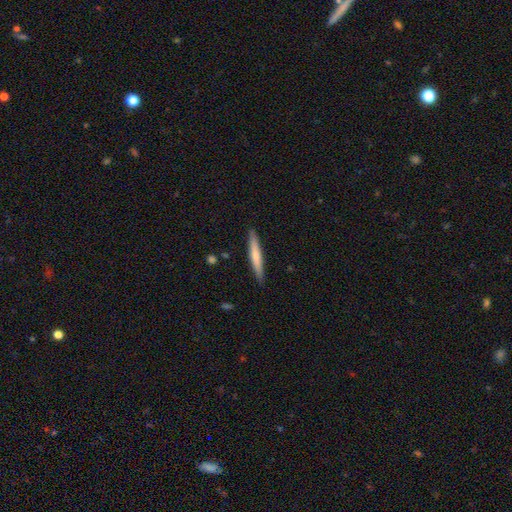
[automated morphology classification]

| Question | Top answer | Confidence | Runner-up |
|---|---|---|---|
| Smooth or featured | smooth | 62% | featured or disk (32%) |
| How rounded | cigar-shaped | 94% | in between (5%) |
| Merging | none | 90% | minor disturbance (8%) |